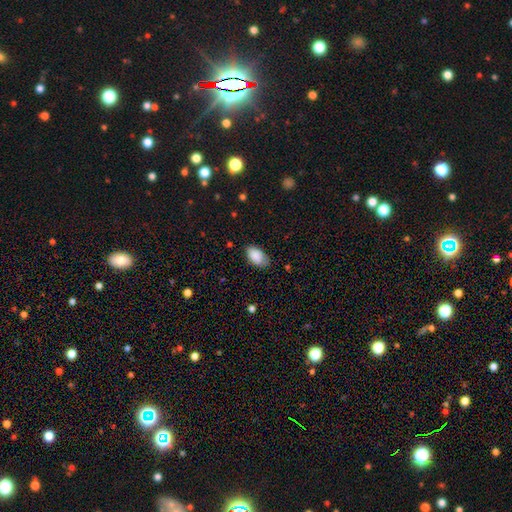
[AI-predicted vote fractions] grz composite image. It shows a smooth galaxy with no disk features (87%) that is in between round and cigar-shaped (94%). Merging: none (74%).